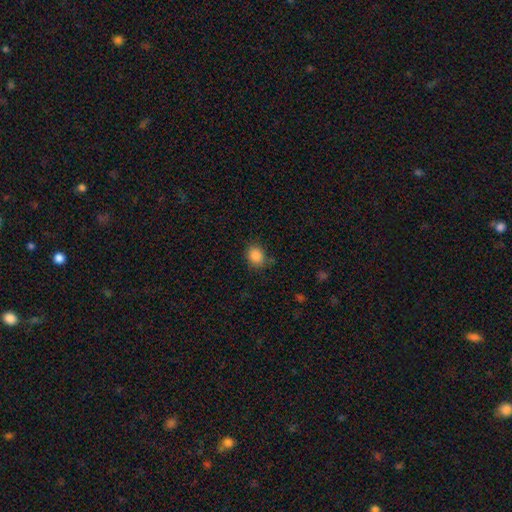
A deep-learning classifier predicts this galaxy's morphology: smooth_or_featured: smooth (p=0.86) [alt: star or artifact p=0.10]
how_rounded: round (p=0.59) [alt: in between p=0.40]
merging: none (p=0.75) [alt: minor disturbance p=0.18]